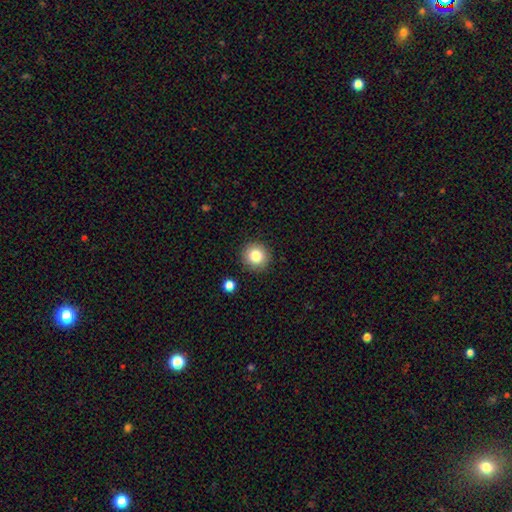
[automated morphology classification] A smooth galaxy with no disk features (82%) that is round (94%). Merging: none (90%).